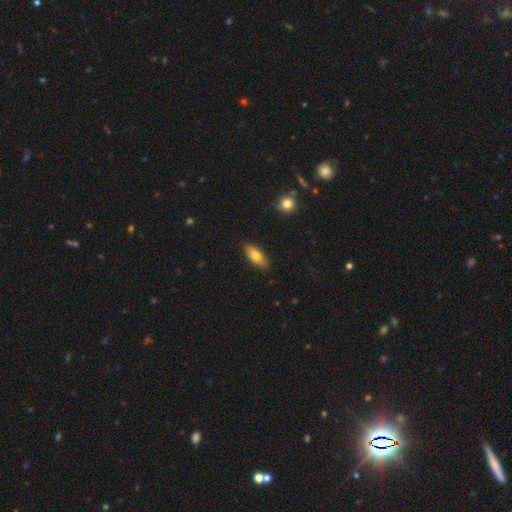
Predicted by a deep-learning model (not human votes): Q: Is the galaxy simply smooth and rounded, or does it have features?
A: smooth — 72%.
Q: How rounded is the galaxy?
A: in between — 82%.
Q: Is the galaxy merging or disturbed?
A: none — 87%.